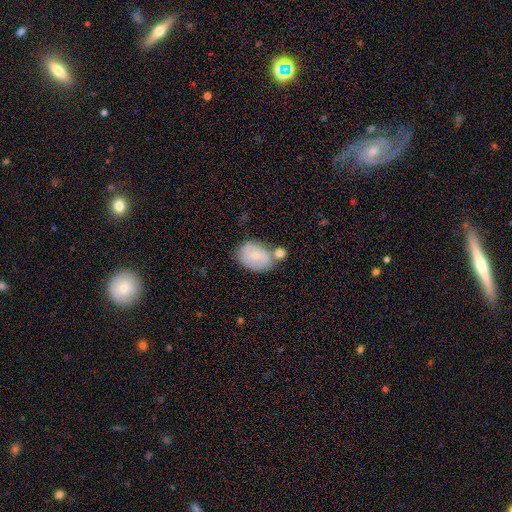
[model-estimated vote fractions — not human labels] The model was most divided on "merging": none: 42%, merger: 27%, minor disturbance: 22%, major disturbance: 8%. More confident: how rounded — in between (74%); smooth or featured — smooth (55%).